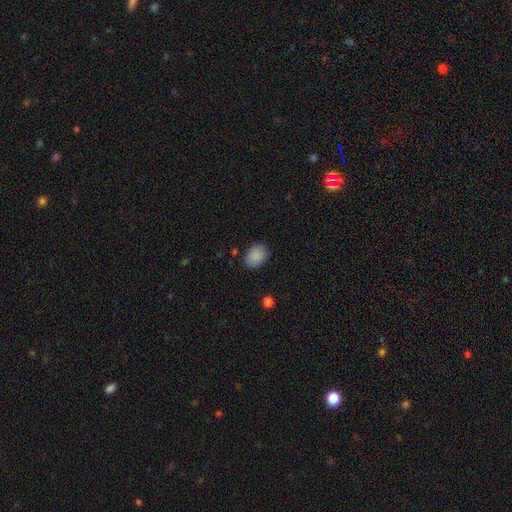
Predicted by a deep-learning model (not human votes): smooth-or-featured: smooth: 88% | star or artifact: 8% | featured or disk: 4%
  how-rounded: in between: 75% | round: 24% | cigar-shaped: 1%
  merging: none: 84% | minor disturbance: 12% | major disturbance: 3% | merger: 1%